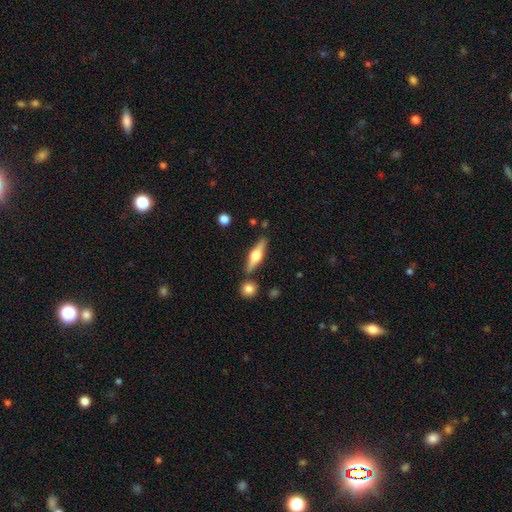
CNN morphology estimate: A featured or disk galaxy (63%) viewed edge-on (96%) with a rounded central bulge (93%). Merging: none (82%).